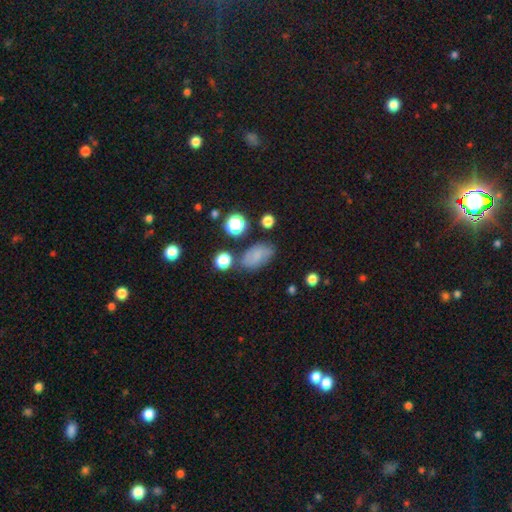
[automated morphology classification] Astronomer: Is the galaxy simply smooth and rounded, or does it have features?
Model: smooth — 66%.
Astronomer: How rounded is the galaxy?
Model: in between — 86%.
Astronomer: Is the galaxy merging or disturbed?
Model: none — 68%.